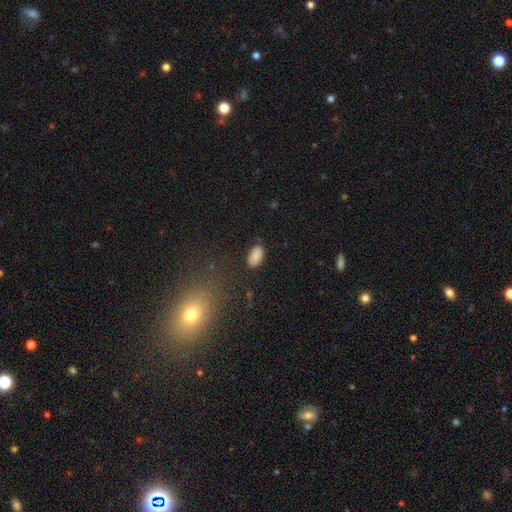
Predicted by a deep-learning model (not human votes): Overall: smooth (86%). How rounded: in between (94%). Merging: none (83%).